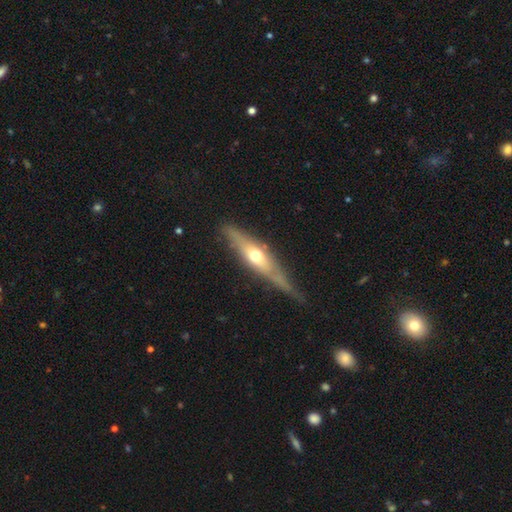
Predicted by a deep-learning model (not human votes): smooth-or-featured: featured or disk: 63% | smooth: 31% | star or artifact: 6%
  disk-edge-on: yes: 88% | no: 12%
    edge-on-bulge: rounded: 89% | none: 7% | boxy: 5%
  merging: none: 70% | minor disturbance: 20% | major disturbance: 7% | merger: 3%